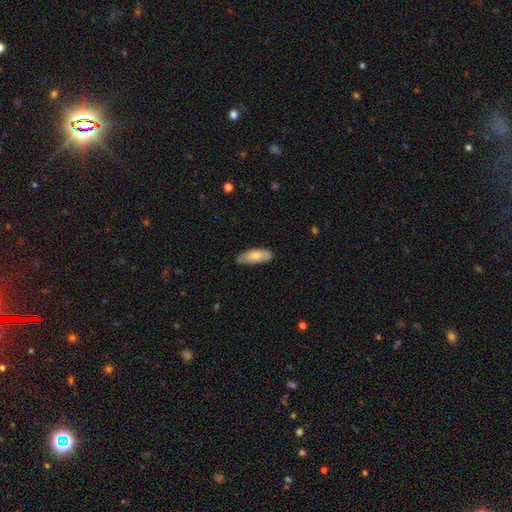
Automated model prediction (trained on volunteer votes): smooth 72%, featured or disk 22%, star or artifact 6%. Down the decision tree: how rounded — in between (79%); merging — none (70%).